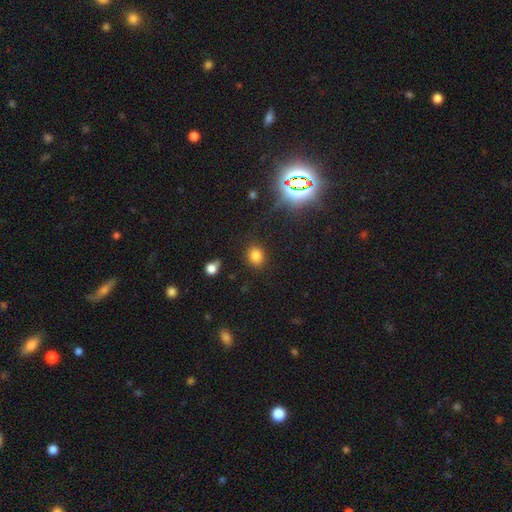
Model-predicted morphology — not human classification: A smooth galaxy with no disk features (80%) that is round (68%).

Vote fractions:
- Smooth or featured? smooth: 80% / star or artifact: 15% / featured or disk: 5%
- How rounded? round: 68% / in between: 30% / cigar-shaped: 1%
- Merging? none: 86% / minor disturbance: 9% / major disturbance: 3% / merger: 2%